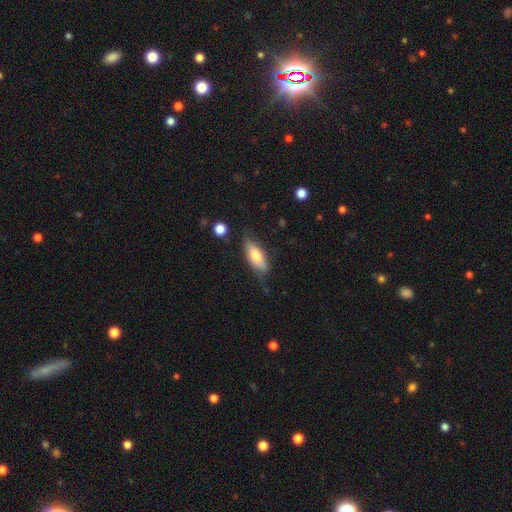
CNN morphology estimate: smooth-or-featured: smooth: 69% | featured or disk: 25% | star or artifact: 6%
  how-rounded: in between: 70% | cigar-shaped: 27% | round: 2%
  merging: none: 66% | minor disturbance: 24% | major disturbance: 7% | merger: 3%